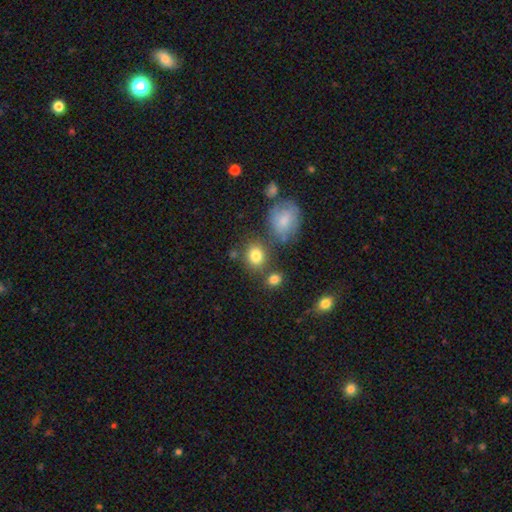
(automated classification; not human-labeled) A smooth galaxy with no disk features (81%) that is round (68%). Merging: none (69%).